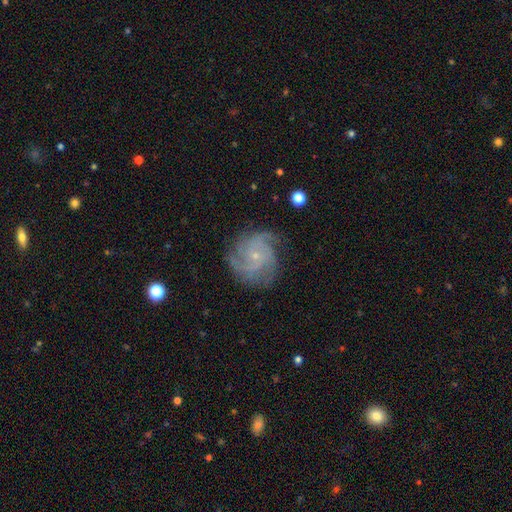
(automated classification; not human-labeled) A featured or disk galaxy (85%) with no bar (77%), 3 (39%) tight (48%) spiral arms (97%) and a small central bulge (83%).

Vote fractions:
- Smooth or featured? featured or disk: 85% / smooth: 8% / star or artifact: 7%
- Edge-on disk? no: 98% / yes: 2%
- Bar? no: 77% / weak: 20% / strong: 3%
- Spiral arms? yes: 97% / no: 3%
- Spiral winding? tight: 48% / medium: 42% / loose: 10%
- Spiral arm count? 3: 39% / 4: 19% / can't tell: 15% / 2: 14% / more than 4: 6% / 1: 6%
- Bulge size? small: 83% / moderate: 12% / none: 4% / large: 1% / dominant: 1%
- Merging? none: 73% / minor disturbance: 18% / major disturbance: 7% / merger: 1%